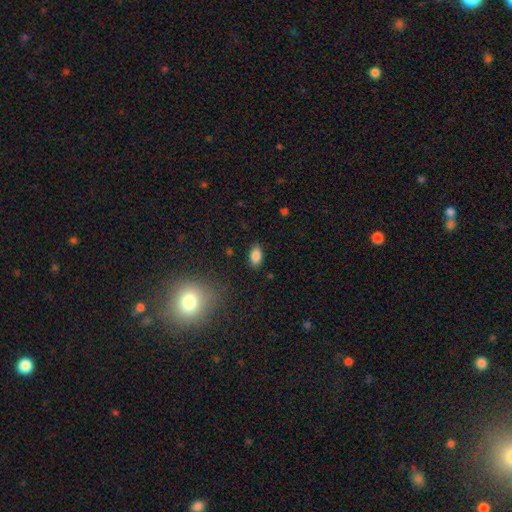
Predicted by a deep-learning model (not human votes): Smooth or featured: smooth — 85% (star or artifact — 10%)
How rounded: in between — 91% (round — 6%)
Merging: none — 87% (minor disturbance — 10%)